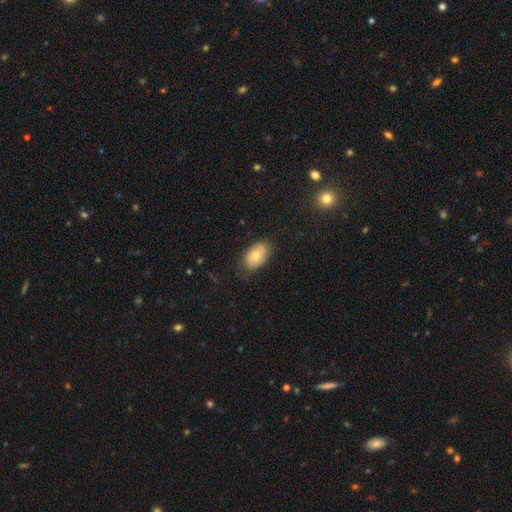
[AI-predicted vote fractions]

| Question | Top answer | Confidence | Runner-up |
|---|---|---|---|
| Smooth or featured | smooth | 69% | featured or disk (23%) |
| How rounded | in between | 90% | round (9%) |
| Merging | none | 75% | minor disturbance (19%) |